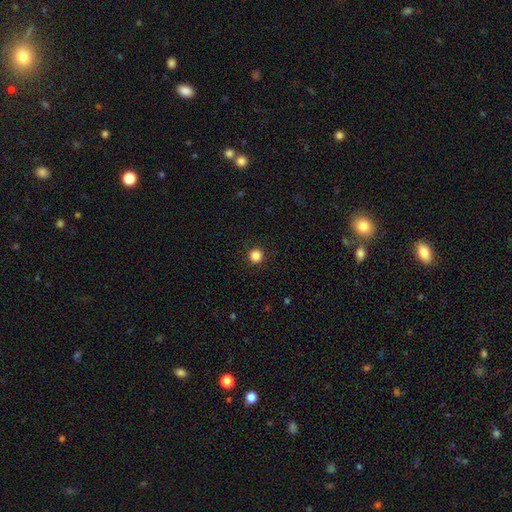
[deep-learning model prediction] Smooth or featured? smooth (86%)
How rounded? round (95%)
Merging? none (92%)